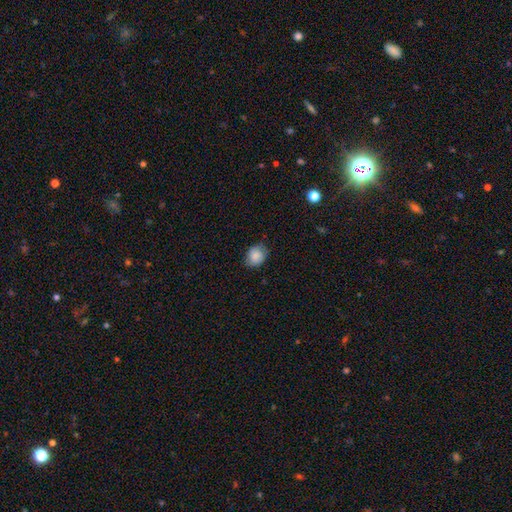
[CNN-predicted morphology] The model was most divided on "how rounded": round: 58%, in between: 41%, cigar-shaped: 1%. More confident: smooth or featured — smooth (84%); merging — none (73%).